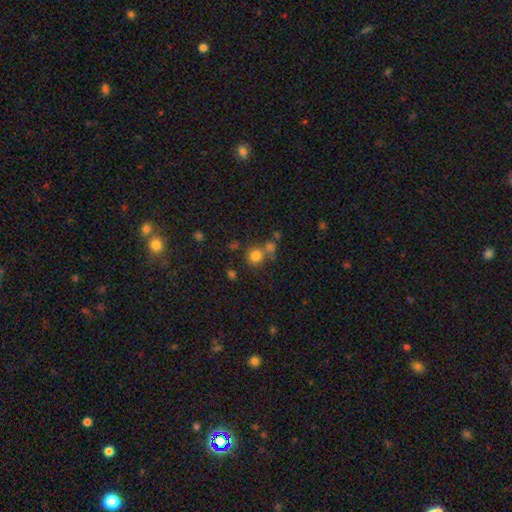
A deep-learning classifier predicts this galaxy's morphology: This appears to be a smooth galaxy with no disk features (77%) that is round (86%). Merging: none (61%).